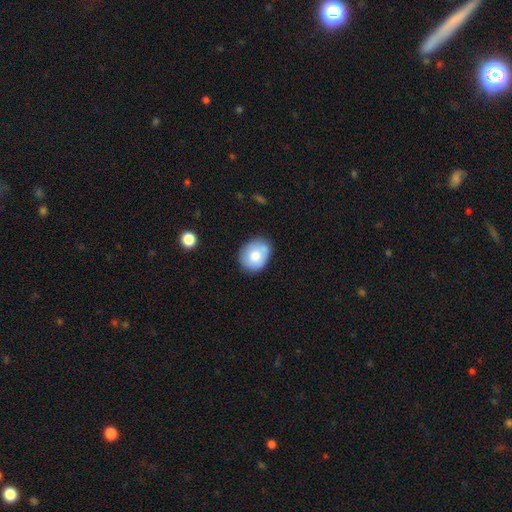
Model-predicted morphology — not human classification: A smooth galaxy with no disk features (73%) that is round (50%).

Vote fractions:
- Smooth or featured? smooth: 73% / featured or disk: 20% / star or artifact: 7%
- How rounded? round: 50% / in between: 49% / cigar-shaped: 1%
- Merging? none: 68% / minor disturbance: 23% / major disturbance: 5% / merger: 4%